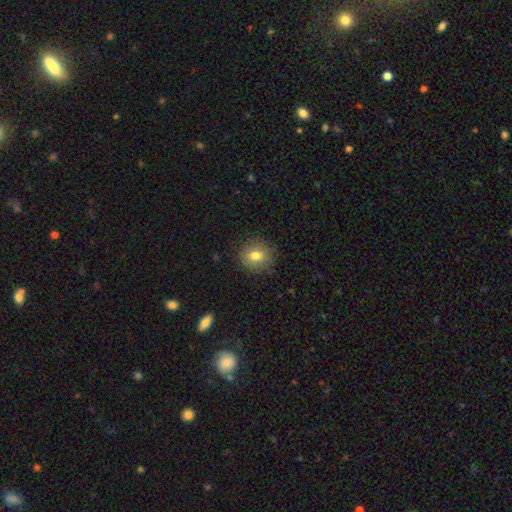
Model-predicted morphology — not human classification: This appears to be a smooth galaxy with no disk features (79%) that is round (76%). Merging: none (86%).